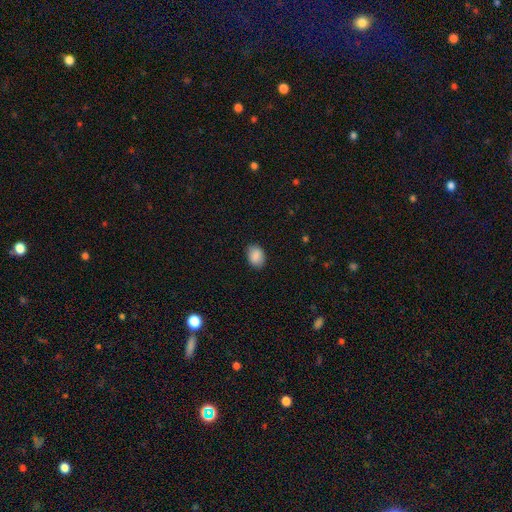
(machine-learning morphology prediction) Smooth or featured: smooth — 88% (star or artifact — 7%)
How rounded: in between — 78% (round — 21%)
Merging: none — 85% (minor disturbance — 11%)